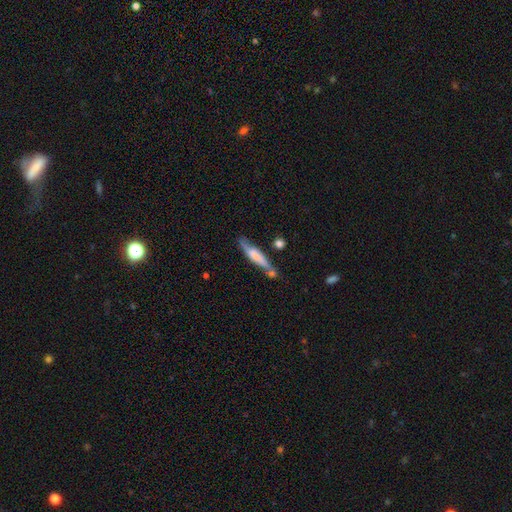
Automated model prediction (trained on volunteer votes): Smooth or featured? Predicted: smooth (p=0.51). How rounded? Predicted: cigar-shaped (p=0.85). Merging? Predicted: none (p=0.59).